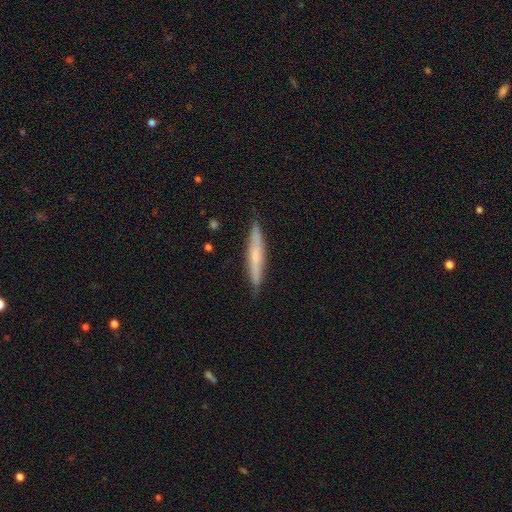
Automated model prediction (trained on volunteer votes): The model was most divided on "smooth or featured": smooth: 52%, featured or disk: 42%, star or artifact: 6%. More confident: how rounded — cigar-shaped (94%); merging — none (87%).